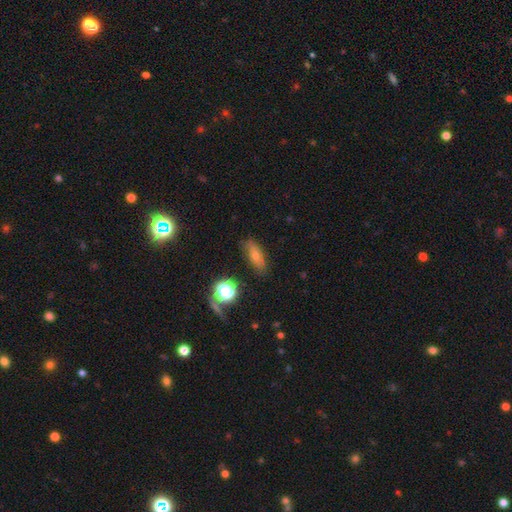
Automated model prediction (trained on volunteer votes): This appears to be a smooth galaxy with no disk features (63%) that is in between round and cigar-shaped (70%). Merging: none (77%).